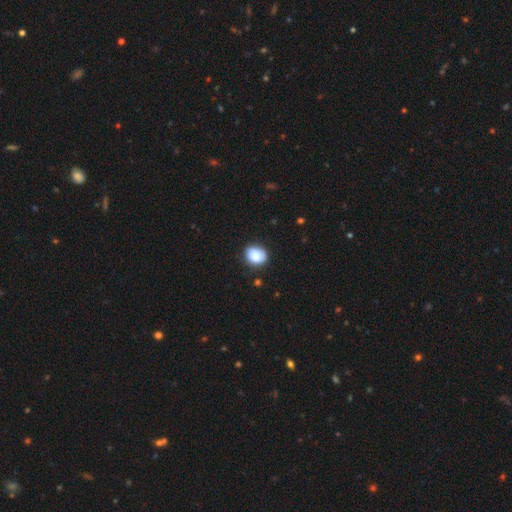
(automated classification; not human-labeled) Smooth or featured: smooth — 86% (star or artifact — 8%)
How rounded: round — 63% (in between — 36%)
Merging: none — 81% (minor disturbance — 15%)